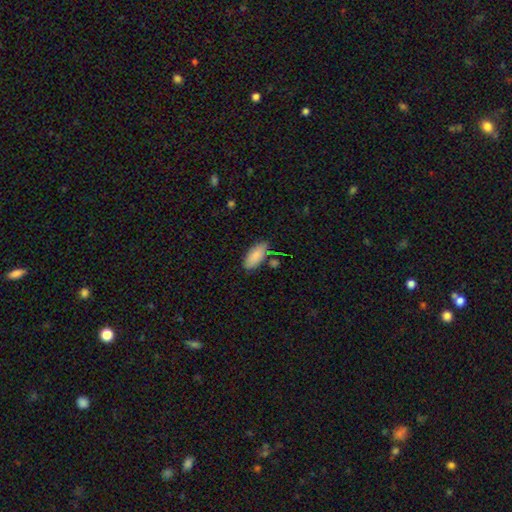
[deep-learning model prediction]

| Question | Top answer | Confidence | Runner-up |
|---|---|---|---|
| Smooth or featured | smooth | 86% | featured or disk (8%) |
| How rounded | in between | 88% | cigar-shaped (10%) |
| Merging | none | 72% | minor disturbance (17%) |